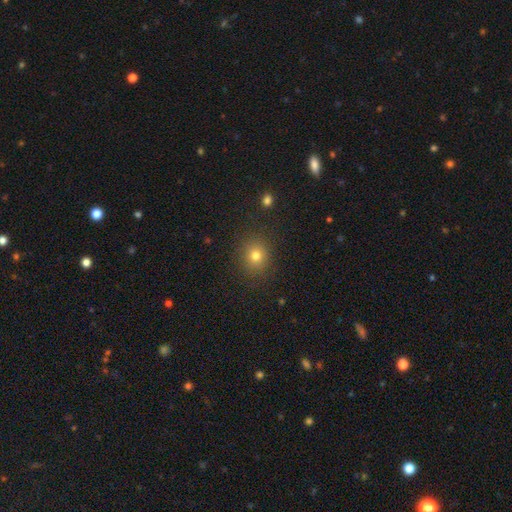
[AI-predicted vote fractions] The model was most divided on "how rounded": round: 78%, in between: 21%, cigar-shaped: 1%. More confident: merging — none (87%); smooth or featured — smooth (78%).